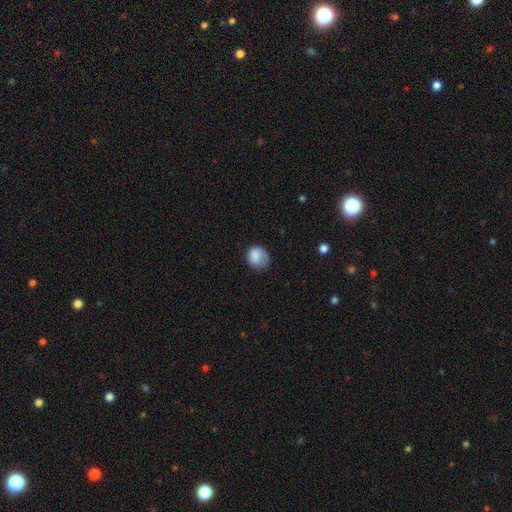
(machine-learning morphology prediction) Overall: smooth (83%). How rounded: round (68%; in between 31%). Merging: none (55%; minor disturbance 29%).